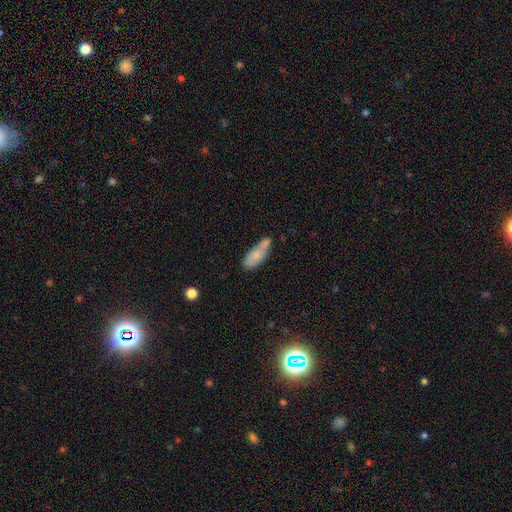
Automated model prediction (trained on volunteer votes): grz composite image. It shows a smooth galaxy with no disk features (74%) that is in between round and cigar-shaped (71%). Merging: none (37%).